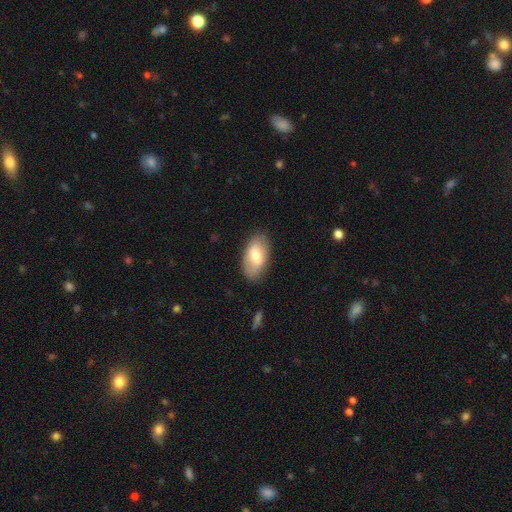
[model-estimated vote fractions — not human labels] This appears to be a smooth galaxy with no disk features (66%) that is in between round and cigar-shaped (93%). Merging: none (83%).